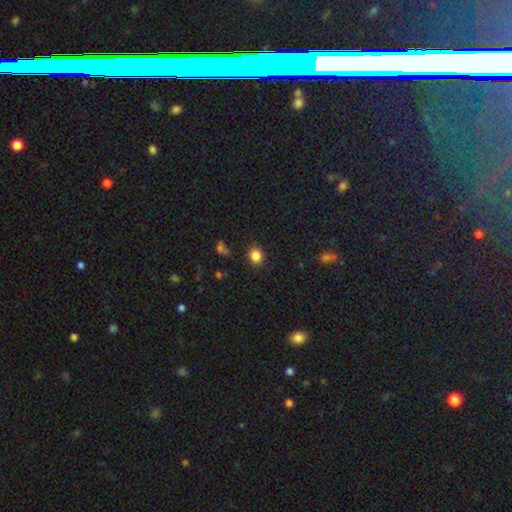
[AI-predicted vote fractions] The model was most divided on "how rounded": round: 66%, in between: 33%, cigar-shaped: 1%. More confident: merging — none (87%); smooth or featured — smooth (84%).